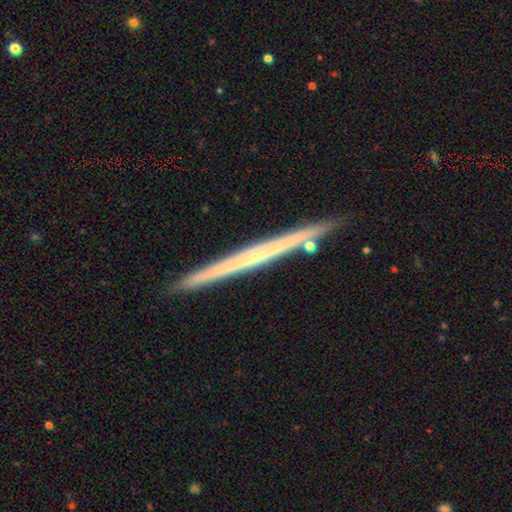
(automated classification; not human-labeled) Smooth or featured: featured or disk — 67% (smooth — 27%)
Edge-on disk: yes — 98% (no — 2%)
Edge-on bulge: none — 79% (rounded — 18%)
Merging: none — 90% (minor disturbance — 7%)